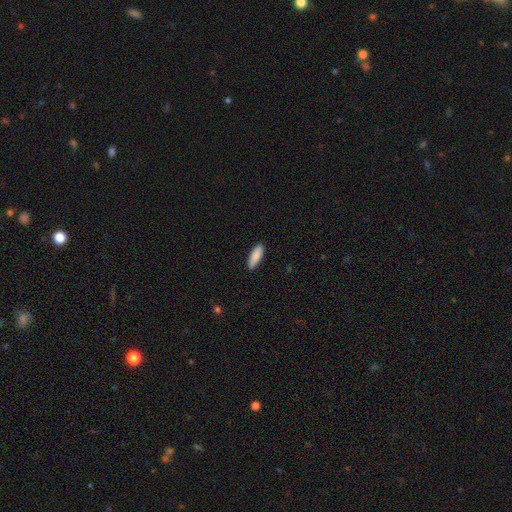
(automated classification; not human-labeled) The model was most divided on "how rounded": in between: 55%, cigar-shaped: 43%, round: 2%. More confident: smooth or featured — smooth (88%); merging — none (88%).